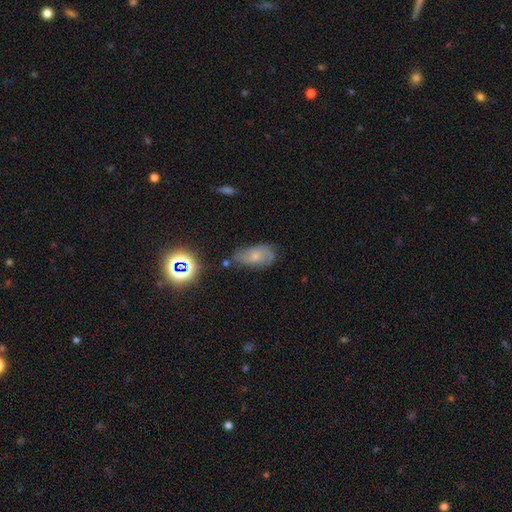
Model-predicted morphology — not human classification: A featured or disk galaxy (48%).

Vote fractions:
- Smooth or featured? featured or disk: 48% / smooth: 37% / star or artifact: 15%
- Merging? none: 52% / minor disturbance: 31% / major disturbance: 12% / merger: 5%